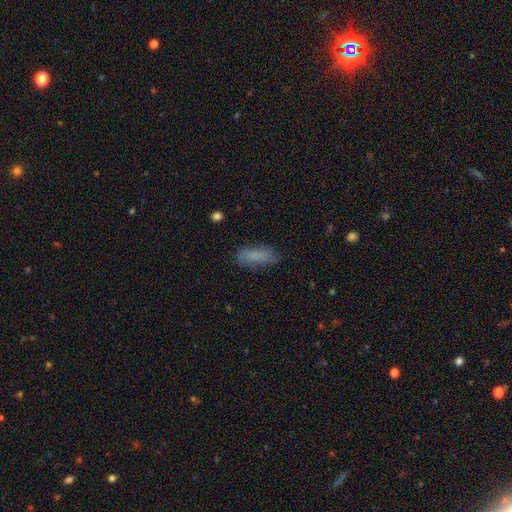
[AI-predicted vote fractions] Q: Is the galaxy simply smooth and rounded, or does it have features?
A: smooth — 79%.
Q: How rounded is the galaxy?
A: in between — 65%.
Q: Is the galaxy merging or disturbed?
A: none — 76%.